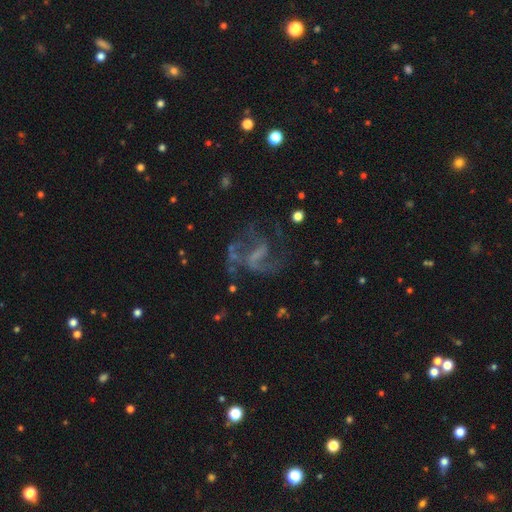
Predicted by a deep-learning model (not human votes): Morphology: type=featured or disk (74%); edge-on=no (97%); bar=weak (41%); spiral arms=yes (81%); winding=medium (44%); arm count=2 (52%); bulge=none (58%); merging=none (47%).